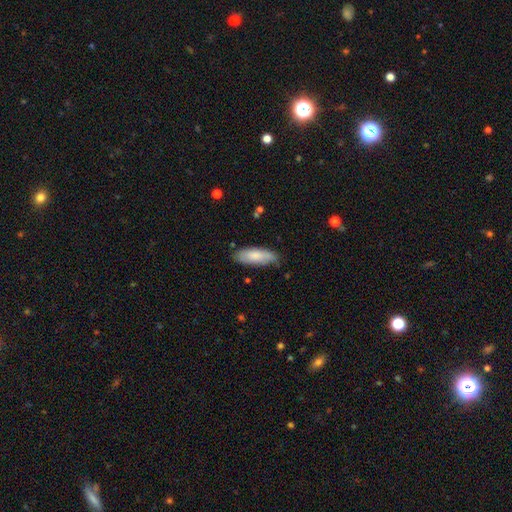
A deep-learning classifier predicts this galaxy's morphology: smooth_or_featured: smooth (p=0.80) [alt: featured or disk p=0.15]
how_rounded: in between (p=0.66) [alt: cigar-shaped p=0.32]
merging: none (p=0.75) [alt: minor disturbance p=0.20]